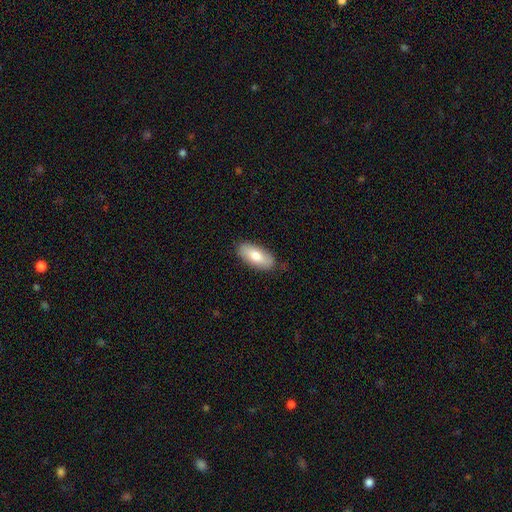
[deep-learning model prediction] Morphology: type=smooth (78%); roundness=in between (89%); merging=none (85%).